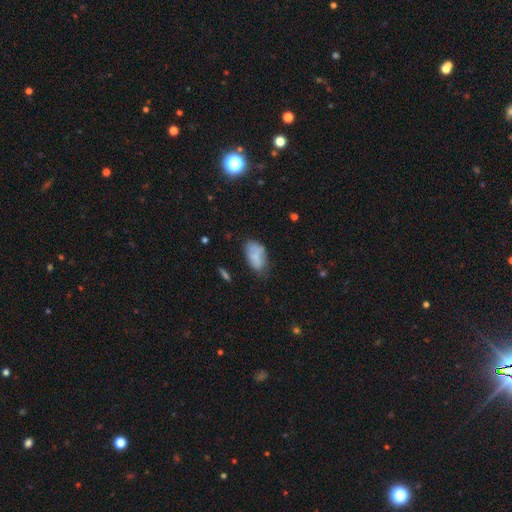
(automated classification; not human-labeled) This appears to be a smooth galaxy with no disk features (75%) that is in between round and cigar-shaped (93%). Merging: none (51%).